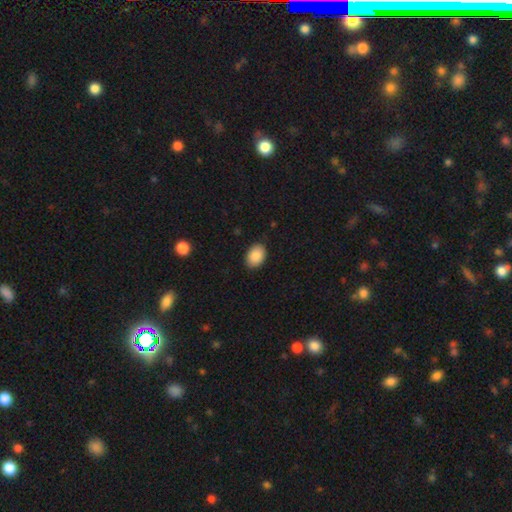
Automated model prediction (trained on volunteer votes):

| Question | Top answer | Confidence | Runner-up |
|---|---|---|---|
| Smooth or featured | smooth | 90% | star or artifact (7%) |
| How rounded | in between | 83% | round (16%) |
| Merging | none | 87% | minor disturbance (10%) |